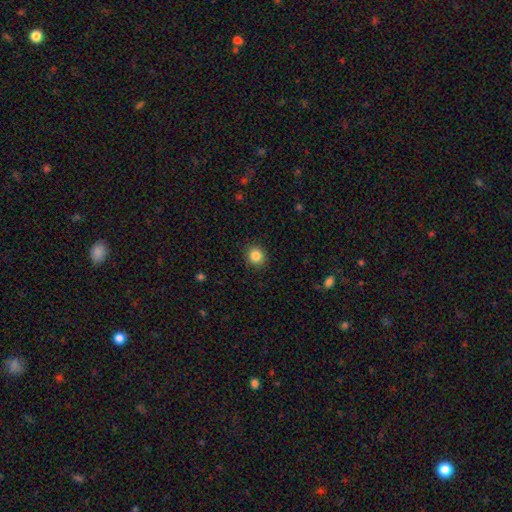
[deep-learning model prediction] smooth 85%, star or artifact 10%, featured or disk 4%. Down the decision tree: how rounded — round (85%); merging — none (90%).